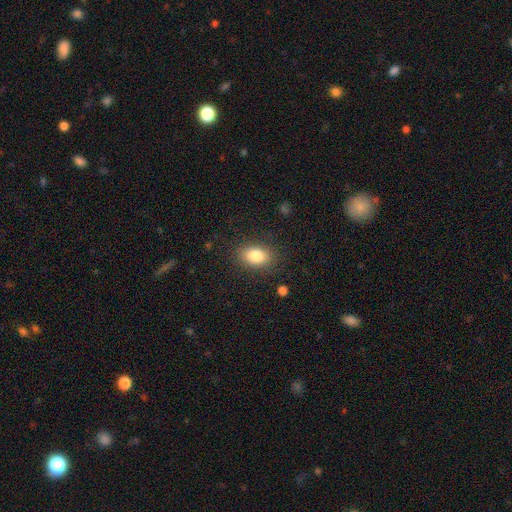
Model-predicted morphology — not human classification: Overall: smooth (84%). How rounded: in between (85%). Merging: none (85%).